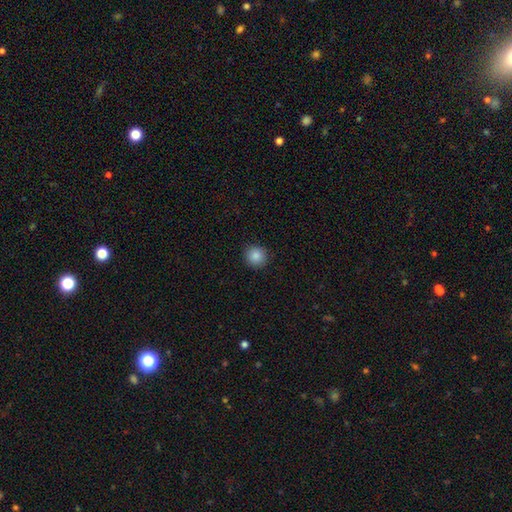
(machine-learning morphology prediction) This is clearly a smooth galaxy (86%). How rounded: clearly round (93%). Merging: clearly none (92%).